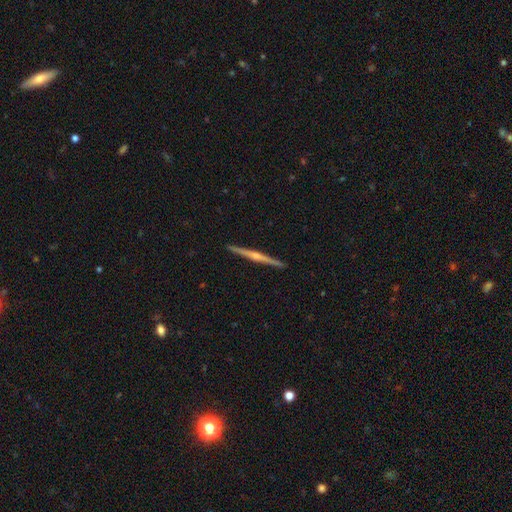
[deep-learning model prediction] Q: Smooth or featured?
A: featured or disk (75%); runner-up: smooth (17%)
Q: Edge-on disk?
A: yes (98%); runner-up: no (2%)
Q: Edge-on bulge?
A: rounded (75%); runner-up: none (18%)
Q: Merging?
A: none (91%); runner-up: minor disturbance (7%)